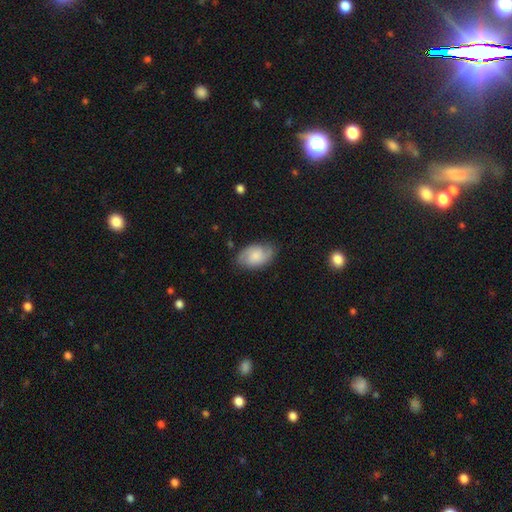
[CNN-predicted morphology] smooth-or-featured: smooth: 49% | featured or disk: 44% | star or artifact: 8%
  merging: none: 75% | minor disturbance: 19% | major disturbance: 5% | merger: 1%